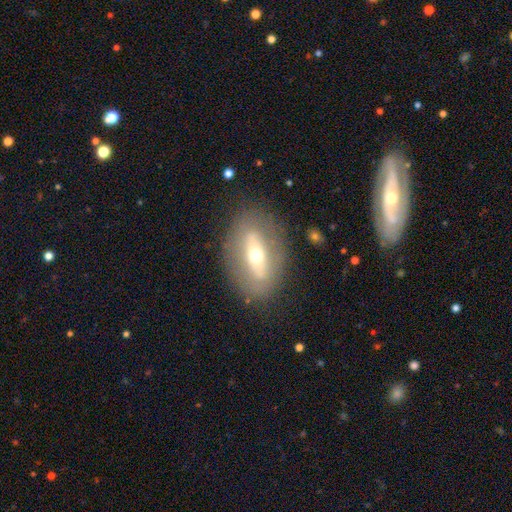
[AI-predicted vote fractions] Overall: featured or disk (56%; smooth 36%). Edge-on disk: no (78%). Merging: none (80%).